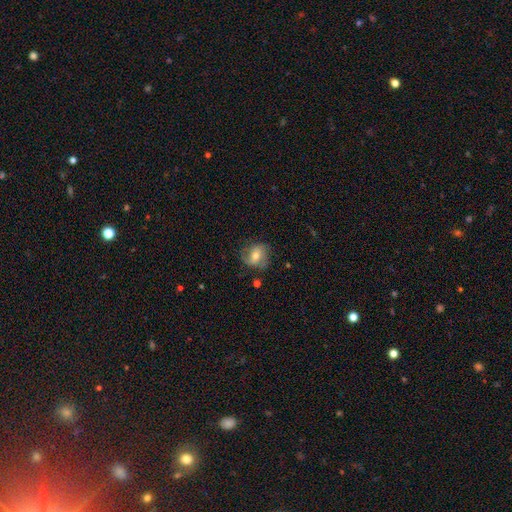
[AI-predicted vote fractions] A featured or disk galaxy (47%).

Vote fractions:
- Smooth or featured? featured or disk: 47% / smooth: 44% / star or artifact: 9%
- Merging? none: 64% / minor disturbance: 23% / major disturbance: 11% / merger: 2%